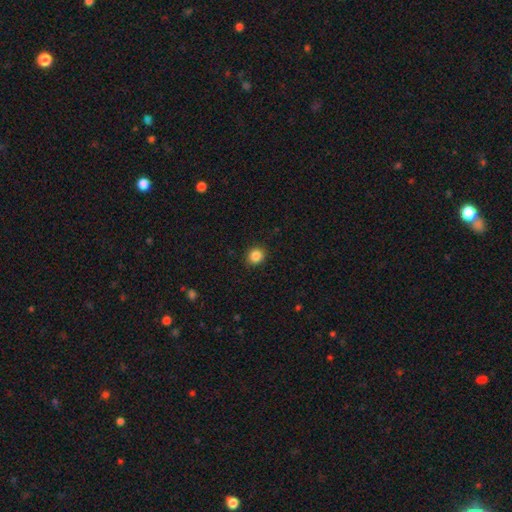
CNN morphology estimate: This appears to be a smooth galaxy with no disk features (86%) that is round (82%). Merging: none (91%).